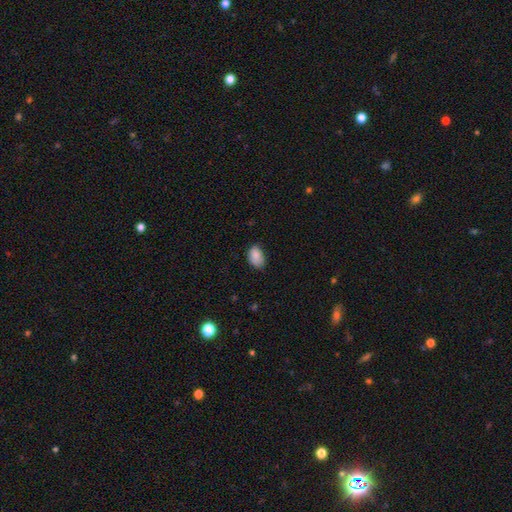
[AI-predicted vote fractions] Q: Smooth or featured?
A: smooth (86%); runner-up: star or artifact (8%)
Q: How rounded?
A: in between (88%); runner-up: round (10%)
Q: Merging?
A: none (61%); runner-up: minor disturbance (32%)